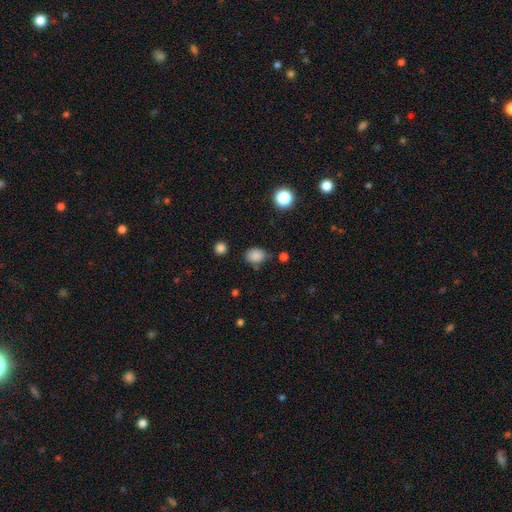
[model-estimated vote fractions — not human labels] smooth-or-featured: smooth: 84% | star or artifact: 11% | featured or disk: 4%
  how-rounded: in between: 54% | round: 44% | cigar-shaped: 1%
  merging: none: 72% | minor disturbance: 19% | merger: 5% | major disturbance: 4%